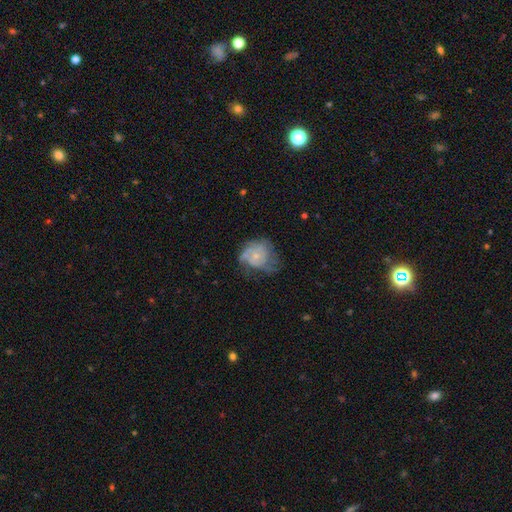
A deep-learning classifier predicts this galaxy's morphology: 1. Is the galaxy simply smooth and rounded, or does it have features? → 55% featured or disk, 36% smooth, 8% star or artifact.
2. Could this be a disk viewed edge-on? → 98% no, 2% yes.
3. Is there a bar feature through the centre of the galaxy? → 84% no, 14% weak, 2% strong.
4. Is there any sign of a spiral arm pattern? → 66% yes, 34% no.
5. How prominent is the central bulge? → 70% small, 23% moderate, 5% none, 1% large, 1% dominant.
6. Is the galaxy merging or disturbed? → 37% none, 30% minor disturbance, 30% major disturbance, 3% merger.